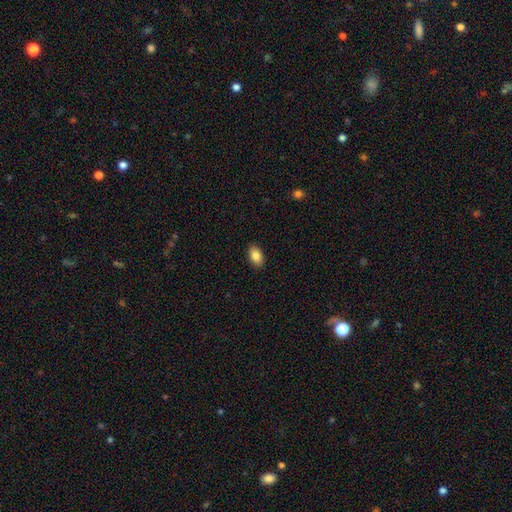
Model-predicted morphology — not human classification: A smooth galaxy with no disk features (87%) that is in between round and cigar-shaped (89%).

Vote fractions:
- Smooth or featured? smooth: 87% / star or artifact: 8% / featured or disk: 6%
- How rounded? in between: 89% / round: 10% / cigar-shaped: 1%
- Merging? none: 90% / minor disturbance: 8% / major disturbance: 2% / merger: 1%